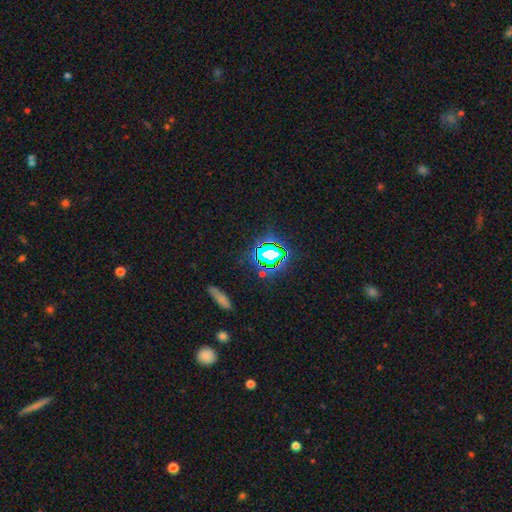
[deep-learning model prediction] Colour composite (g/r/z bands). It shows a star or artifact, not a galaxy (71%).